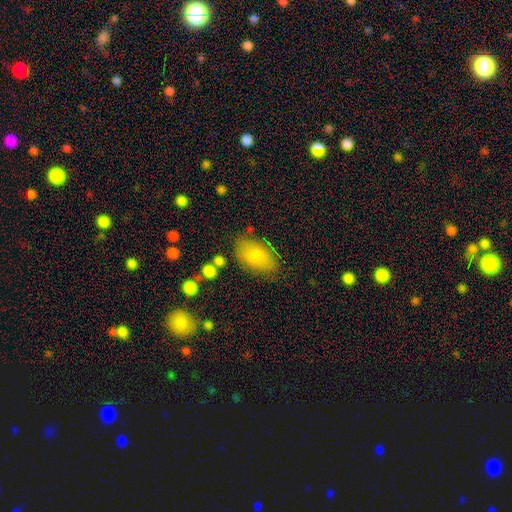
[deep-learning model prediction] smooth_or_featured: smooth (p=0.77) [alt: featured or disk p=0.15]
how_rounded: in between (p=0.90) [alt: round p=0.09]
merging: none (p=0.78) [alt: minor disturbance p=0.15]